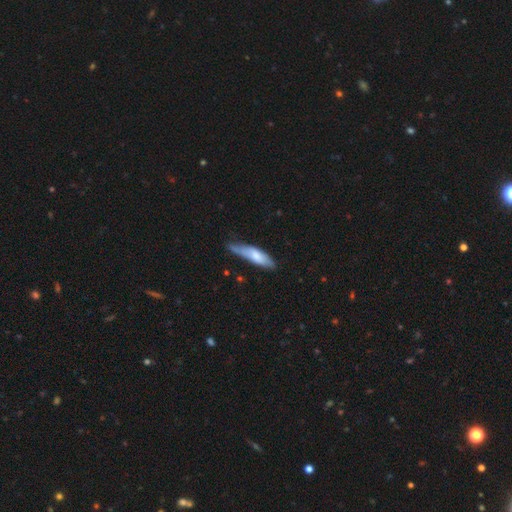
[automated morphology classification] This is likely a smooth galaxy (68%). How rounded: likely cigar-shaped (66%). Merging: possibly none (48%).